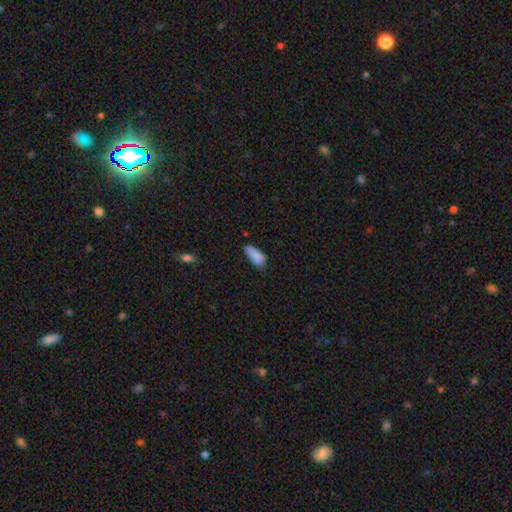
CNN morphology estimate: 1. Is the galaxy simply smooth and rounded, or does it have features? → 85% smooth, 8% star or artifact, 7% featured or disk.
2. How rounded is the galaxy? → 71% in between, 27% cigar-shaped, 2% round.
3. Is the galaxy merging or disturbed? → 56% none, 32% minor disturbance, 8% major disturbance, 4% merger.